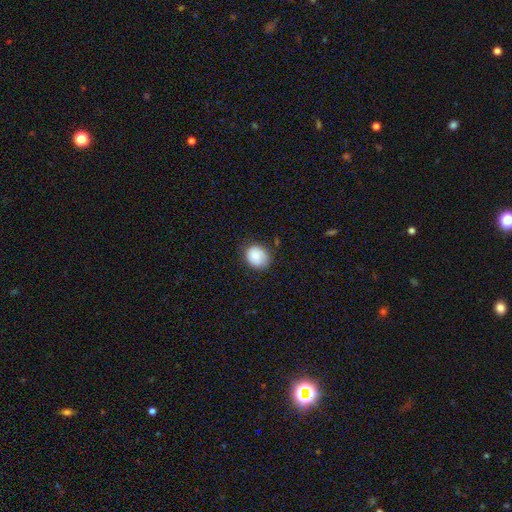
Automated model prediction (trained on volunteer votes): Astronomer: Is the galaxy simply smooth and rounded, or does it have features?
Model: smooth — 74%.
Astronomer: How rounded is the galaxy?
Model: round — 69%.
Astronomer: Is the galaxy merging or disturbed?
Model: none — 75%.